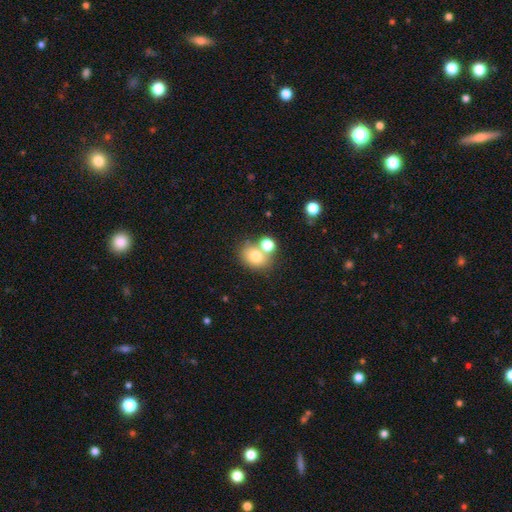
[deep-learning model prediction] Overall: smooth (76%). How rounded: round (62%; in between 37%). Merging: none (55%; merger 31%).